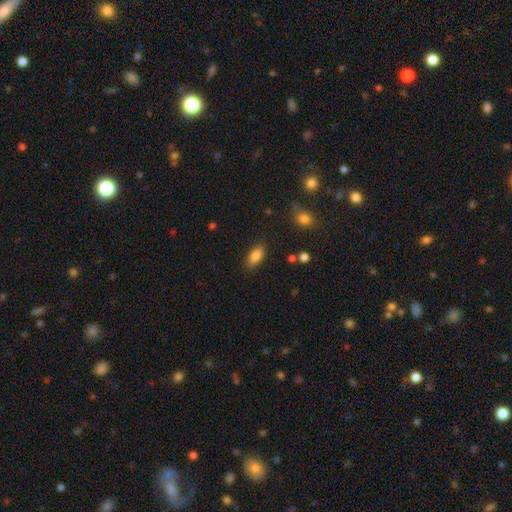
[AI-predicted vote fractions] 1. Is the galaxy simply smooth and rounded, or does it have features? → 83% smooth, 9% featured or disk, 9% star or artifact.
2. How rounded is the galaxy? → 87% in between, 9% cigar-shaped, 4% round.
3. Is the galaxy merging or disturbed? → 83% none, 12% minor disturbance, 3% major disturbance, 2% merger.